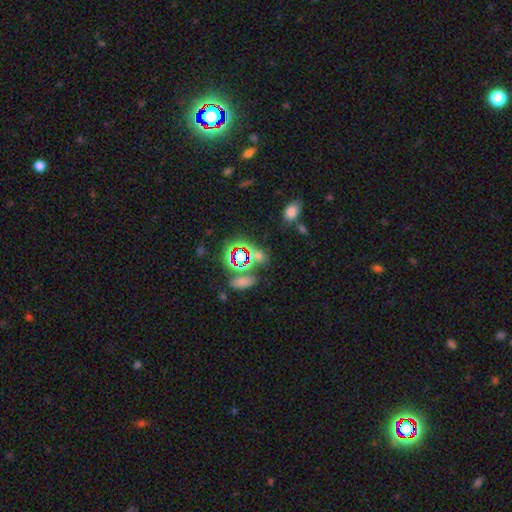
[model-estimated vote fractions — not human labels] A star or artifact, not a galaxy (65%).